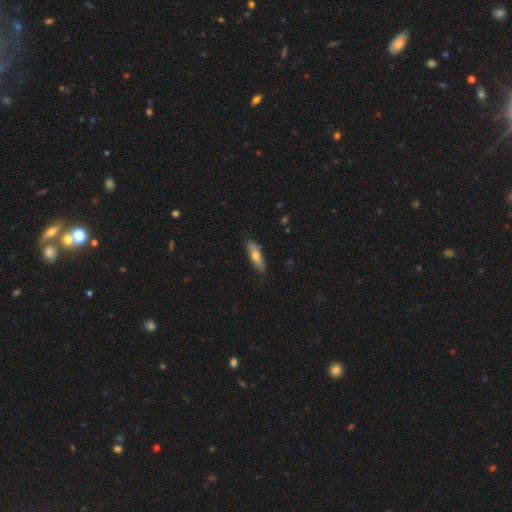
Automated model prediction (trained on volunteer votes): Overall: smooth (60%; featured or disk 33%). How rounded: cigar-shaped (58%; in between 40%). Merging: none (80%).